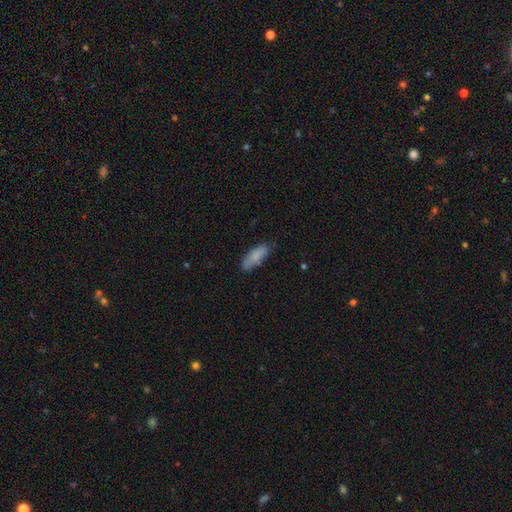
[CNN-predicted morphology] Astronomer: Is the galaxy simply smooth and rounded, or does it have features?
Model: smooth — 81%.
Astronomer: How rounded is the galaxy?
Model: in between — 68%.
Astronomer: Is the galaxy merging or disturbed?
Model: none — 70%.